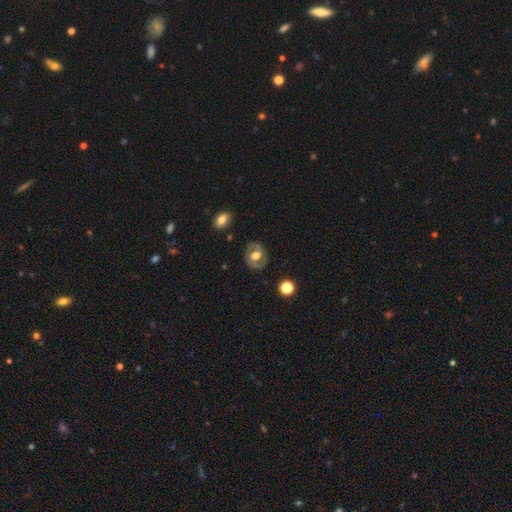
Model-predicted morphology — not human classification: Overall: featured or disk (64%; smooth 29%). Edge-on disk: no (96%). Bar: no (43%; weak 39%). Spiral arms: yes (73%). Bulge size: moderate (52%; large 36%). Merging: none (80%).